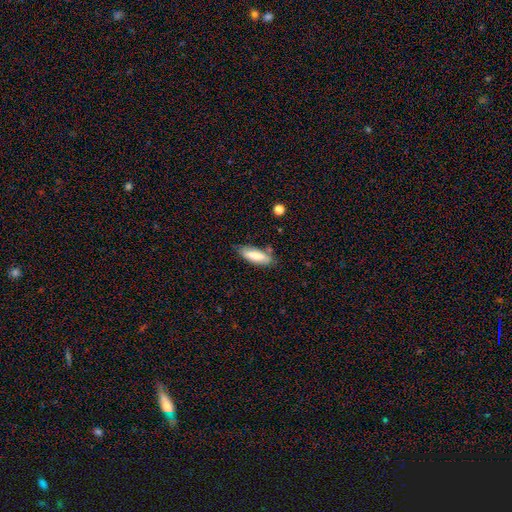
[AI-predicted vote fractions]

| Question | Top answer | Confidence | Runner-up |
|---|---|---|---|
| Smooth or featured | smooth | 72% | featured or disk (22%) |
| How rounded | in between | 60% | cigar-shaped (38%) |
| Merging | none | 74% | minor disturbance (19%) |